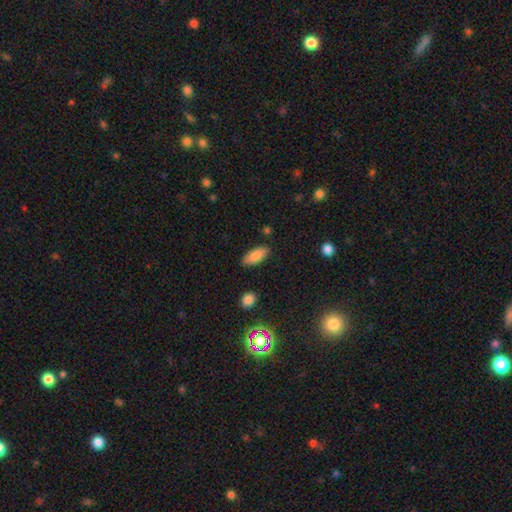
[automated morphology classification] This appears to be a smooth galaxy with no disk features (85%) that is in between round and cigar-shaped (82%). Merging: none (85%).